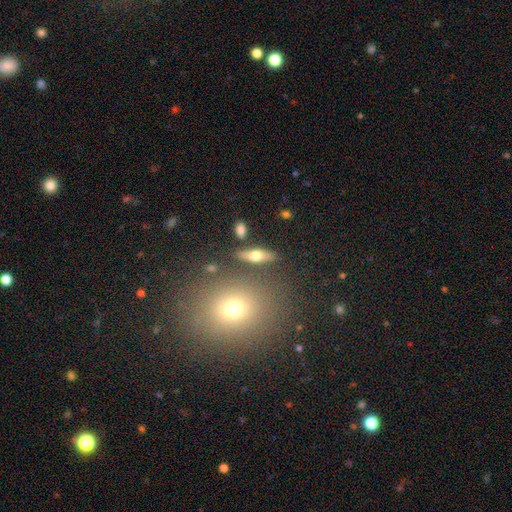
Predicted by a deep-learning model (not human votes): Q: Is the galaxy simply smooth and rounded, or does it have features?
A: smooth — 49%.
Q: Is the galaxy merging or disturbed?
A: none — 80%.